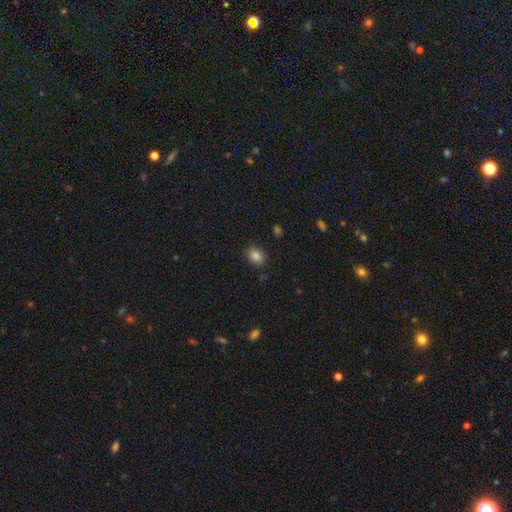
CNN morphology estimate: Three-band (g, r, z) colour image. It shows a smooth galaxy with no disk features (84%) that is in between round and cigar-shaped (60%). Merging: none (87%).